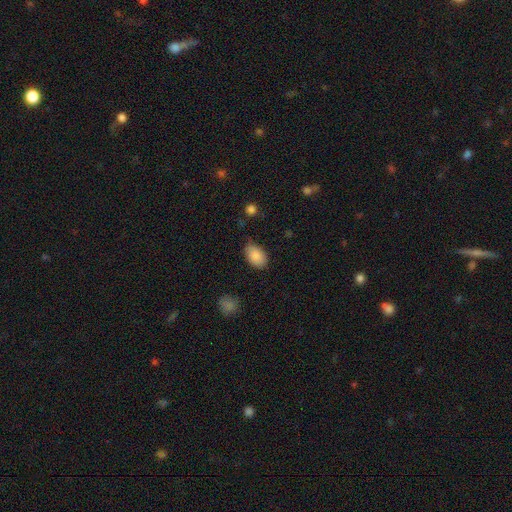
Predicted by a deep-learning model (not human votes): This is clearly a smooth galaxy (88%). How rounded: clearly in between (89%). Merging: likely none (73%).